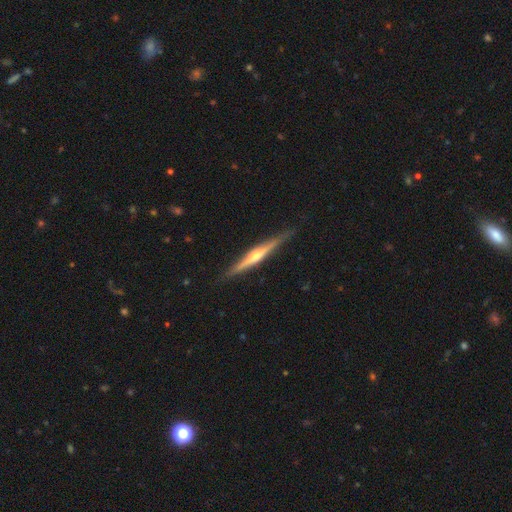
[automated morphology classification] Smooth or featured? featured or disk (75%)
Edge-on disk? yes (98%)
Edge-on bulge? rounded (84%)
Merging? none (89%)